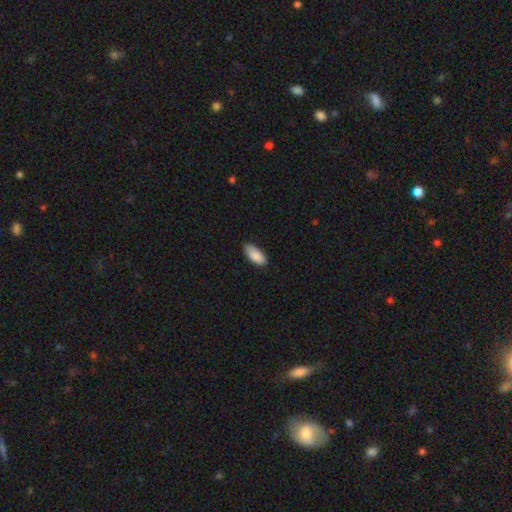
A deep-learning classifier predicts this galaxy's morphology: smooth 90%, star or artifact 6%, featured or disk 4%. Down the decision tree: how rounded — in between (88%); merging — none (80%).